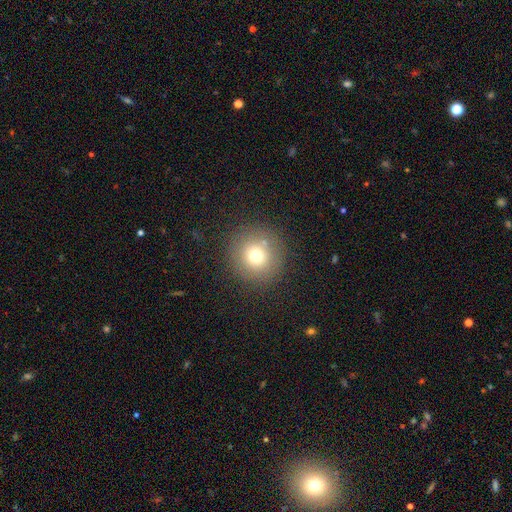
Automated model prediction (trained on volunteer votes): Q: Smooth or featured?
A: smooth (71%); runner-up: star or artifact (16%)
Q: How rounded?
A: round (95%); runner-up: in between (4%)
Q: Merging?
A: none (85%); runner-up: minor disturbance (8%)